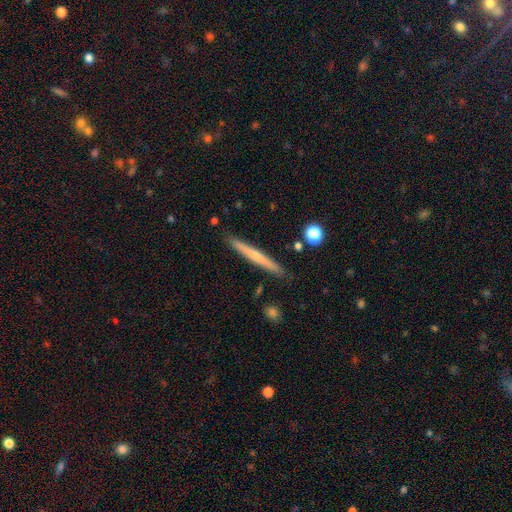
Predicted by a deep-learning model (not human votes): Smooth or featured? featured or disk (51%)
Edge-on disk? yes (96%)
Merging? none (89%)